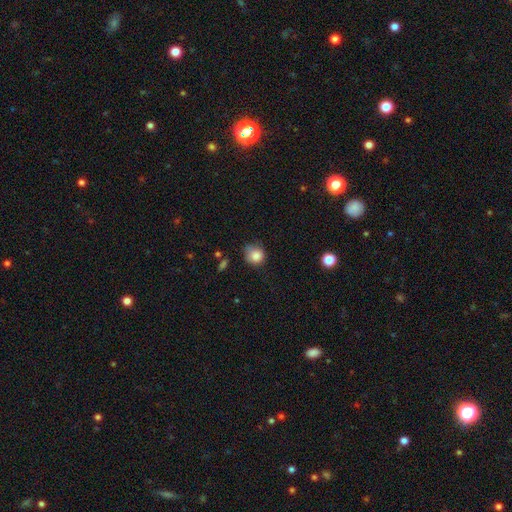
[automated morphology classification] smooth-or-featured: smooth: 84% | star or artifact: 10% | featured or disk: 6%
  how-rounded: round: 81% | in between: 18% | cigar-shaped: 1%
  merging: none: 54% | minor disturbance: 34% | major disturbance: 9% | merger: 3%